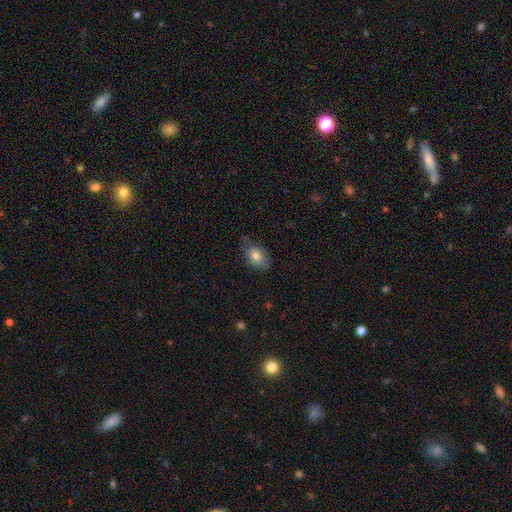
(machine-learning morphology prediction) Overall: smooth (81%). How rounded: in between (78%). Merging: none (66%; minor disturbance 26%).